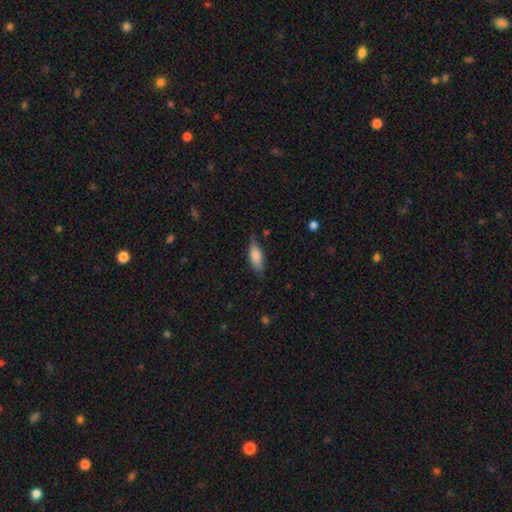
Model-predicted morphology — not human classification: smooth 81%, featured or disk 13%, star or artifact 6%. Down the decision tree: how rounded — in between (73%); merging — none (67%).